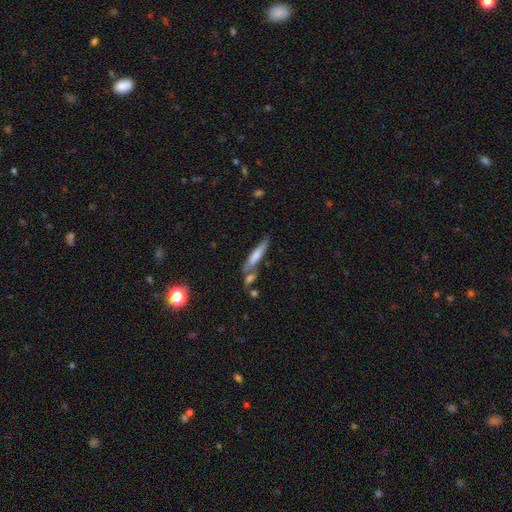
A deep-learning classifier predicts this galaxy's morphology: Smooth or featured? Predicted: smooth (p=0.64). How rounded? Predicted: cigar-shaped (p=0.85). Merging? Predicted: none (p=0.57).